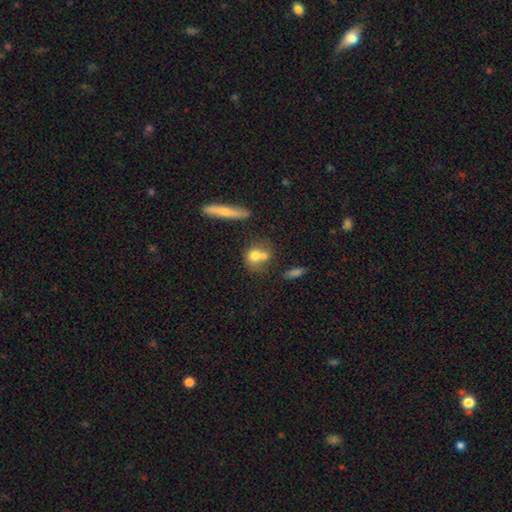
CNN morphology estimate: Overall: smooth (69%). How rounded: round (62%; in between 34%). Merging: merger (49%; none 34%).